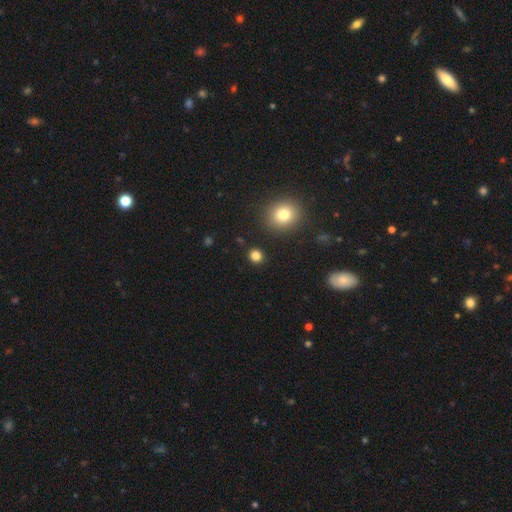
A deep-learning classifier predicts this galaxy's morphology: Smooth or featured: smooth — 82% (star or artifact — 14%)
How rounded: round — 86% (in between — 13%)
Merging: none — 91% (minor disturbance — 5%)